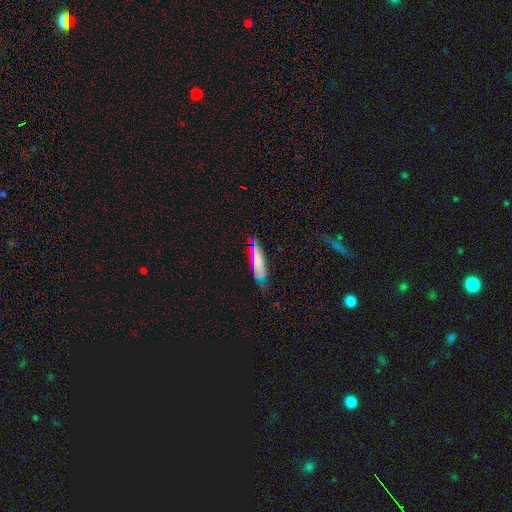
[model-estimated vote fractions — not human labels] Smooth or featured: smooth — 57% (featured or disk — 35%)
How rounded: cigar-shaped — 81% (in between — 18%)
Merging: none — 67% (minor disturbance — 24%)